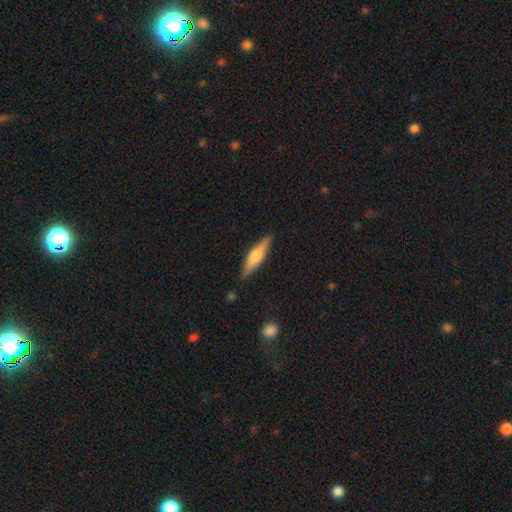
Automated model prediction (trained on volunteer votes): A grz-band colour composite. It shows a featured or disk galaxy (48%). Merging: none (87%).